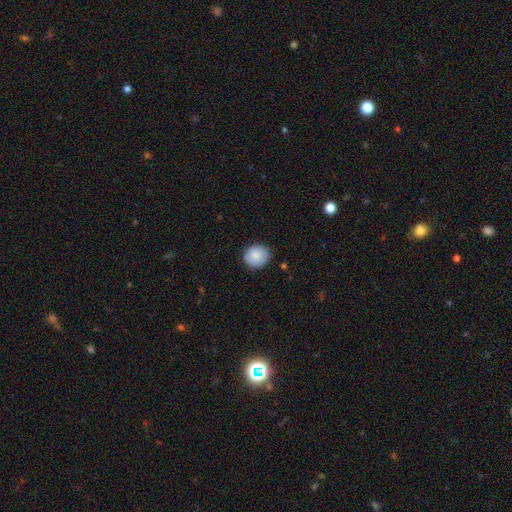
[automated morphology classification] Smooth or featured? Predicted: smooth (p=0.86). How rounded? Predicted: round (p=0.81). Merging? Predicted: none (p=0.87).